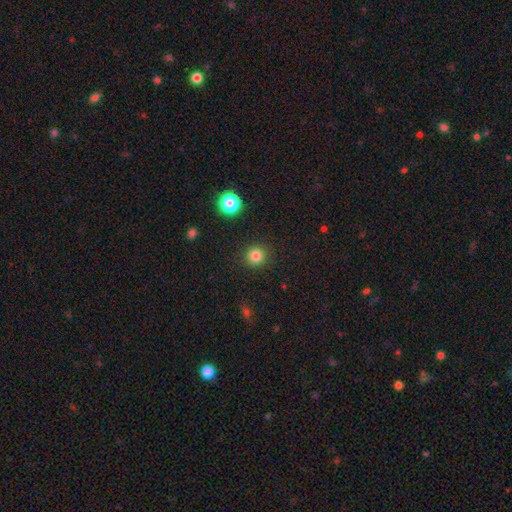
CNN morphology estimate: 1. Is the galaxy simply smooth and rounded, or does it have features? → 83% smooth, 12% star or artifact, 4% featured or disk.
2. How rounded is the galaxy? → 93% round, 6% in between, 1% cigar-shaped.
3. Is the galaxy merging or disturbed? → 91% none, 6% minor disturbance, 2% major disturbance, 1% merger.